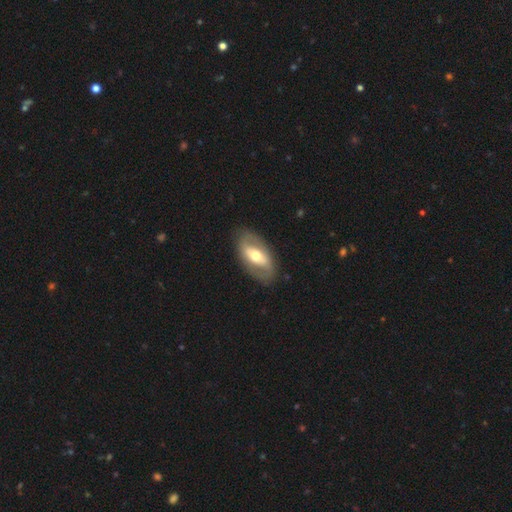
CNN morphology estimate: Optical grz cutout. It shows a featured or disk galaxy (63%) with a strong bar (41%), no spiral arms (55%) and a moderate central bulge (71%). Merging: none (82%).